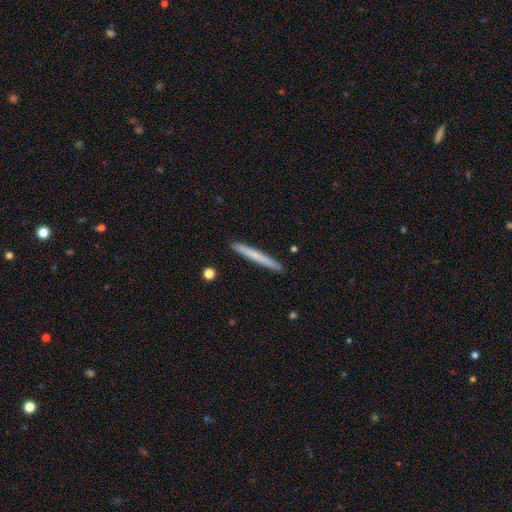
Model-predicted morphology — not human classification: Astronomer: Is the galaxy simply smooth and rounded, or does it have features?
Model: smooth — 64%.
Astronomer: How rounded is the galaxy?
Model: cigar-shaped — 97%.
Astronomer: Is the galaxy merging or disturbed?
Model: none — 92%.